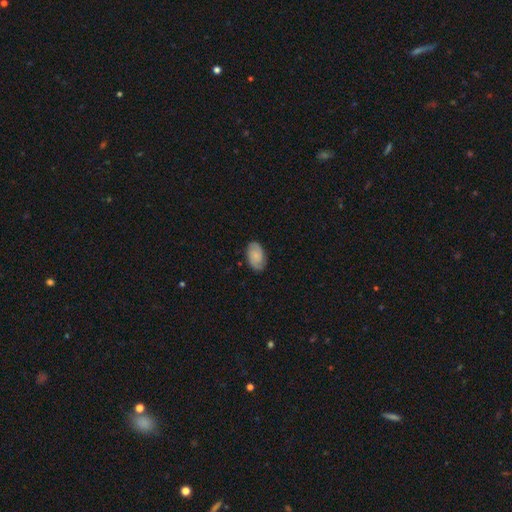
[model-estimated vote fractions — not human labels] A smooth galaxy with no disk features (51%) that is in between round and cigar-shaped (91%).

Vote fractions:
- Smooth or featured? smooth: 51% / featured or disk: 42% / star or artifact: 7%
- How rounded? in between: 91% / round: 7% / cigar-shaped: 2%
- Merging? none: 81% / minor disturbance: 15% / major disturbance: 3% / merger: 1%